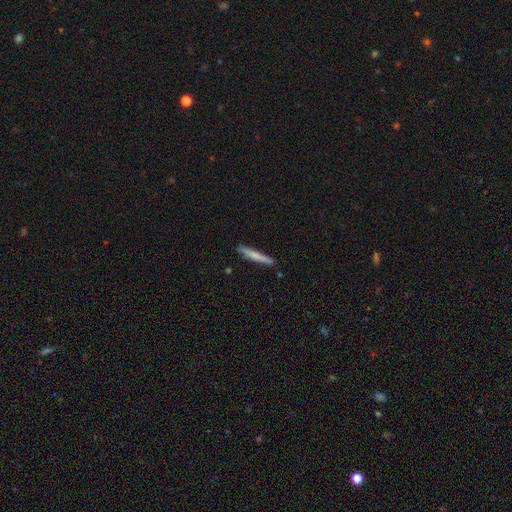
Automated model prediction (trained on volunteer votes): smooth 71%, featured or disk 24%, star or artifact 5%. Down the decision tree: how rounded — cigar-shaped (96%); merging — none (88%).